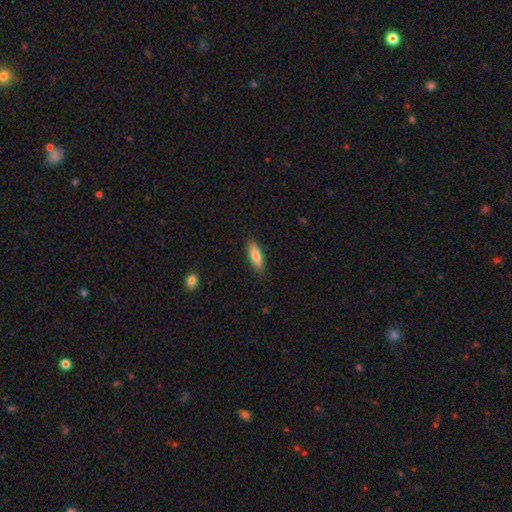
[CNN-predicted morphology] type=smooth (75%); roundness=in between (50%); merging=none (86%).